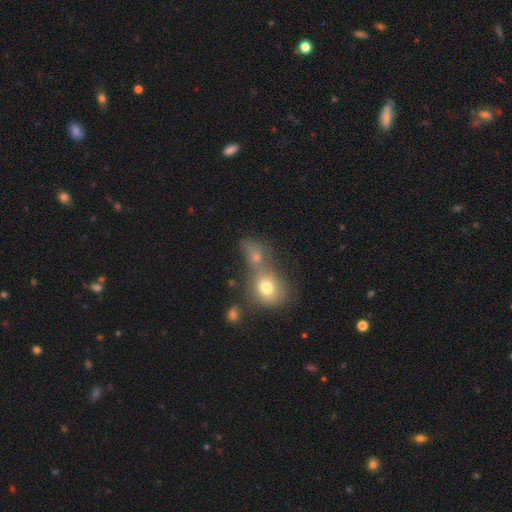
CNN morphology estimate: A smooth galaxy with no disk features (69%) that is round (52%).

Vote fractions:
- Smooth or featured? smooth: 69% / star or artifact: 16% / featured or disk: 15%
- How rounded? round: 52% / in between: 45% / cigar-shaped: 3%
- Merging? merger: 63% / none: 23% / minor disturbance: 8% / major disturbance: 6%